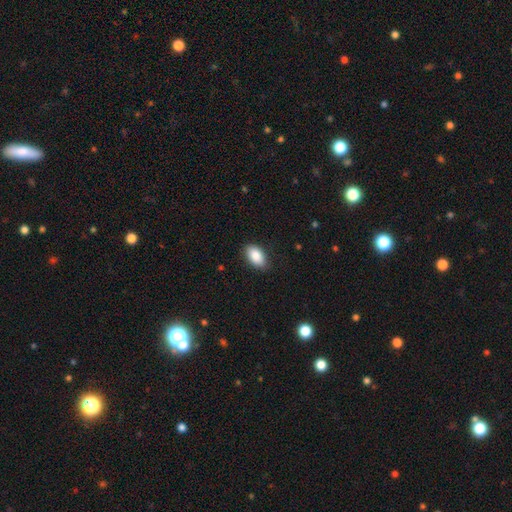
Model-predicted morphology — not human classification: Smooth or featured: smooth — 88% (star or artifact — 7%)
How rounded: in between — 93% (round — 5%)
Merging: none — 86% (minor disturbance — 11%)